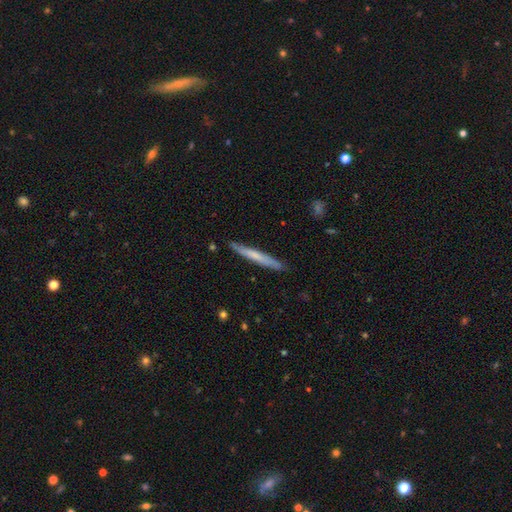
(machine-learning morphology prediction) Q: Smooth or featured?
A: smooth (55%); runner-up: featured or disk (39%)
Q: How rounded?
A: cigar-shaped (96%); runner-up: in between (2%)
Q: Merging?
A: none (87%); runner-up: minor disturbance (10%)